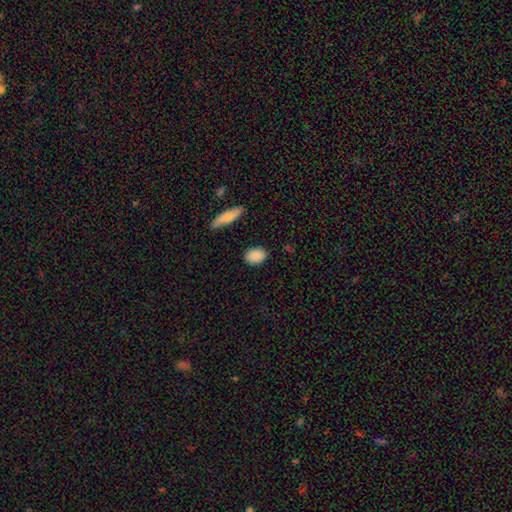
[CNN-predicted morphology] smooth-or-featured: smooth: 88% | star or artifact: 7% | featured or disk: 5%
  how-rounded: in between: 72% | round: 25% | cigar-shaped: 2%
  merging: none: 87% | minor disturbance: 9% | major disturbance: 2% | merger: 2%